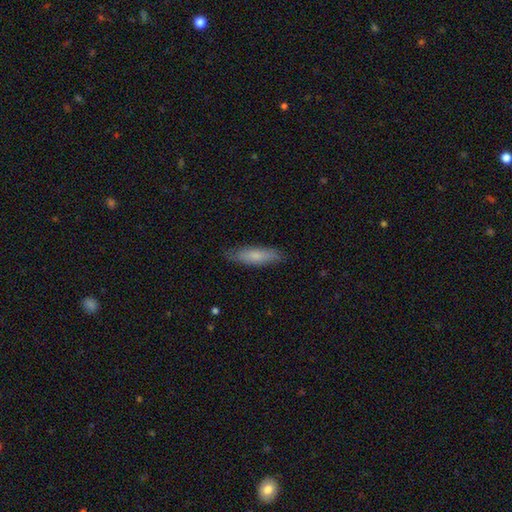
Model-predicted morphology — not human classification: smooth-or-featured: smooth: 71% | featured or disk: 23% | star or artifact: 6%
  how-rounded: cigar-shaped: 62% | in between: 36% | round: 2%
  merging: none: 81% | minor disturbance: 15% | major disturbance: 3% | merger: 1%